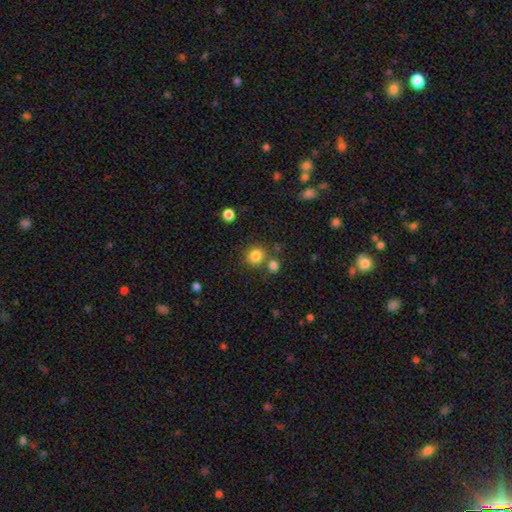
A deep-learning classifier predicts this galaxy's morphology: Overall: smooth (83%). How rounded: round (86%). Merging: none (72%).